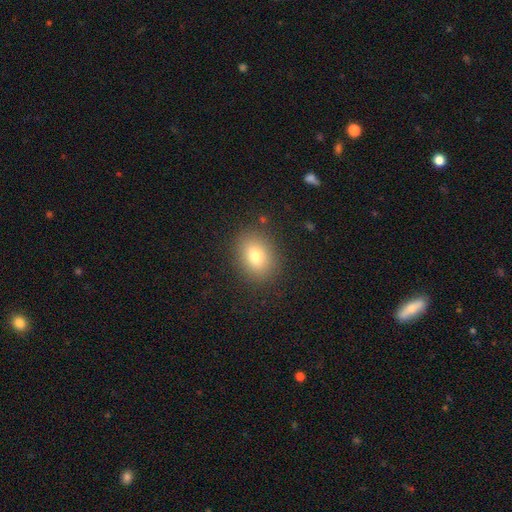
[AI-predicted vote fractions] smooth_or_featured: smooth (p=0.77) [alt: star or artifact p=0.12]
how_rounded: in between (p=0.61) [alt: round p=0.38]
merging: none (p=0.87) [alt: minor disturbance p=0.09]